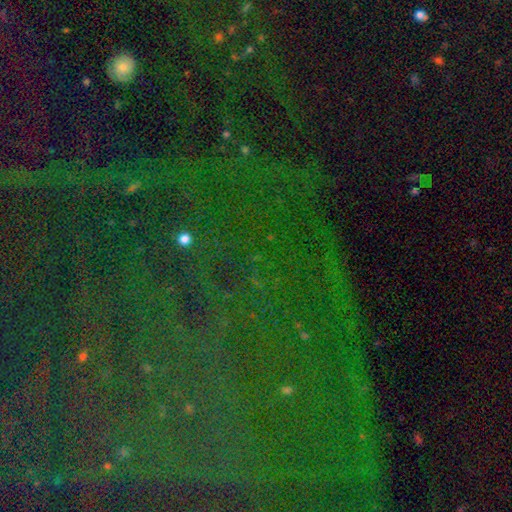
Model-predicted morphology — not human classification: Overall: star or artifact (83%).